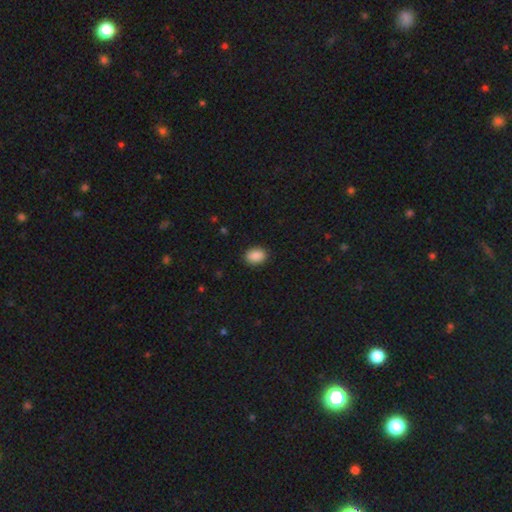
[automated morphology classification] Smooth or featured? smooth (89%)
How rounded? in between (73%)
Merging? none (90%)